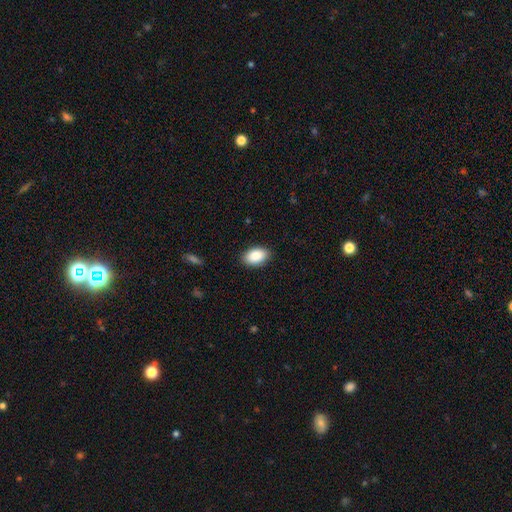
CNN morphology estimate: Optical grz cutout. It shows a smooth galaxy with no disk features (88%) that is in between round and cigar-shaped (91%). Merging: none (88%).